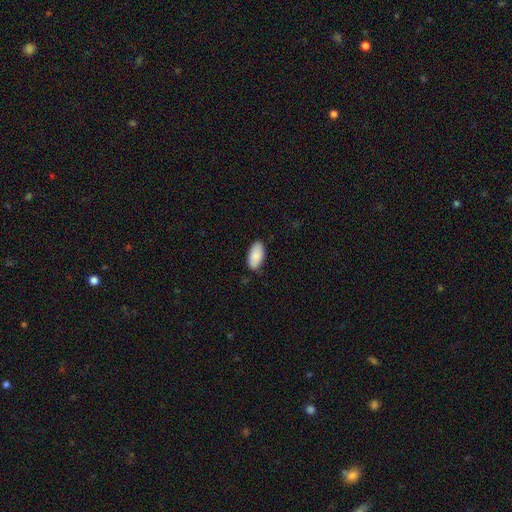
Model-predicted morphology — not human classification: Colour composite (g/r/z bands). It shows a smooth galaxy with no disk features (88%) that is in between round and cigar-shaped (95%). Merging: none (82%).